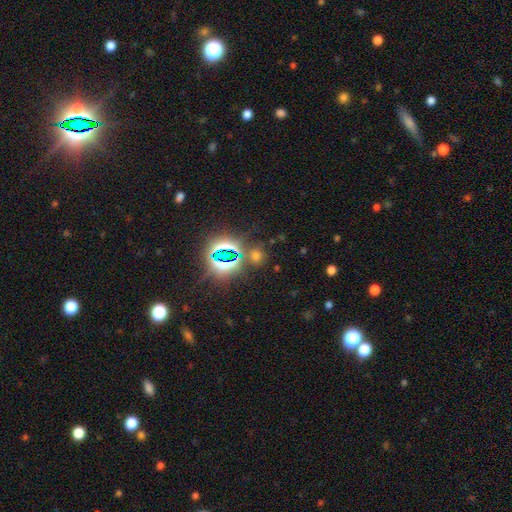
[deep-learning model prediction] The model was most divided on "smooth or featured": star or artifact: 50%, smooth: 43%, featured or disk: 7%.